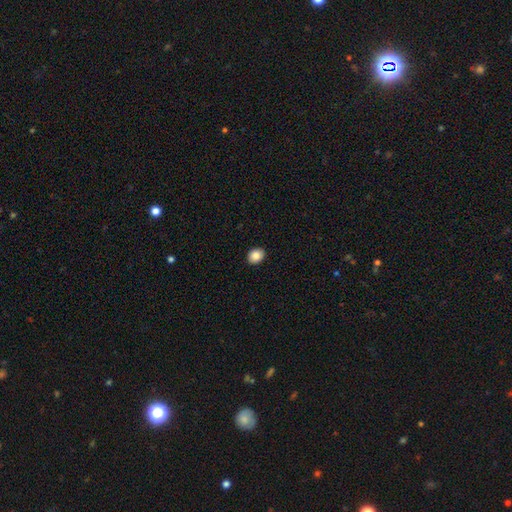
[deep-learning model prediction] smooth_or_featured: smooth (p=0.86) [alt: star or artifact p=0.09]
how_rounded: in between (p=0.54) [alt: round p=0.45]
merging: none (p=0.91) [alt: minor disturbance p=0.06]